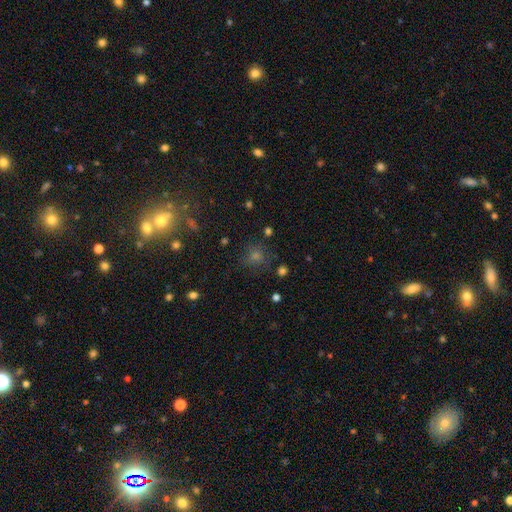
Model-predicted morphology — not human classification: A smooth galaxy with no disk features (47%). Merging: none (79%).